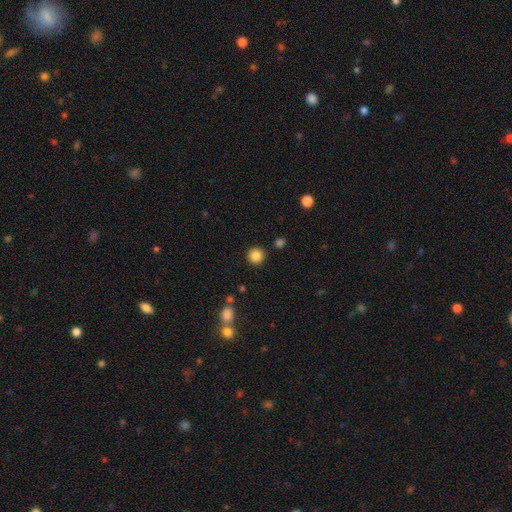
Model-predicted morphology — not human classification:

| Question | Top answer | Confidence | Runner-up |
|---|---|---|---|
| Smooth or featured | smooth | 85% | star or artifact (10%) |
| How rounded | round | 94% | in between (5%) |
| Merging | none | 90% | minor disturbance (6%) |